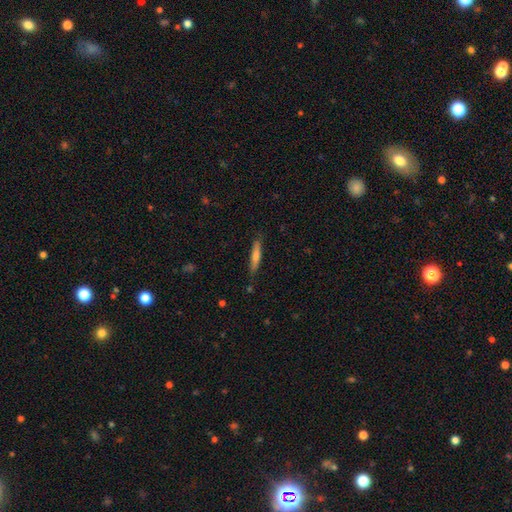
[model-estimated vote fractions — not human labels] Overall: smooth (55%; featured or disk 38%). How rounded: cigar-shaped (91%). Merging: none (86%).